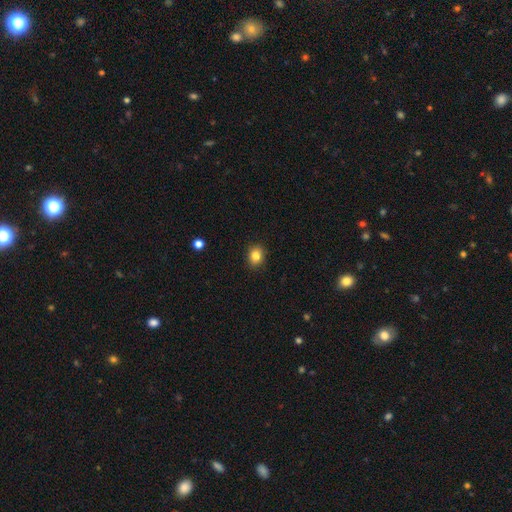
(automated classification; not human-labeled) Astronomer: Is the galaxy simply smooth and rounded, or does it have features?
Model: smooth — 84%.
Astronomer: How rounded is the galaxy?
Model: round — 54% (runner-up: in between, 45%).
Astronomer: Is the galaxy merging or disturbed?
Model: none — 89%.